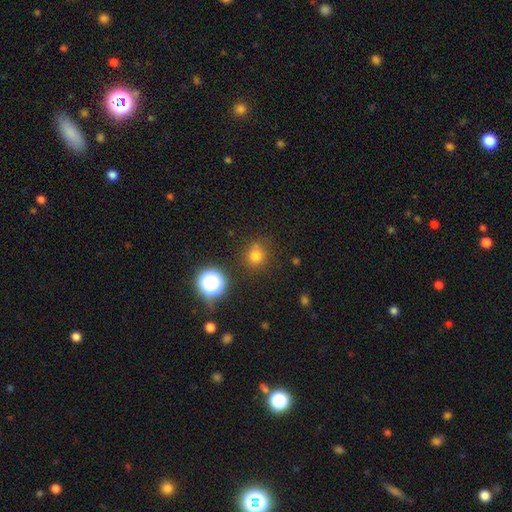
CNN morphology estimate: This appears to be a smooth galaxy with no disk features (74%) that is round (88%). Merging: none (80%).